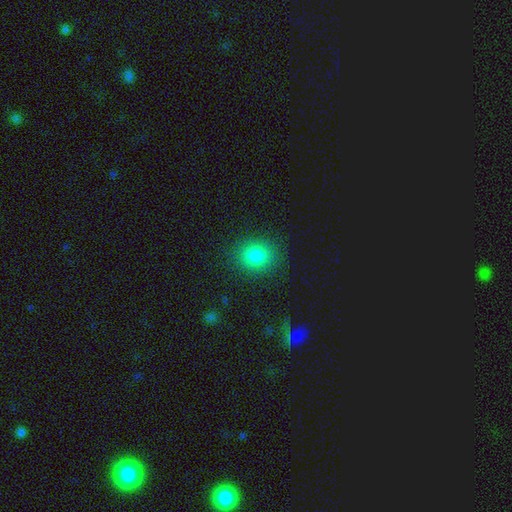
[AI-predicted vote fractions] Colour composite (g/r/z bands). It shows a smooth galaxy with no disk features (83%) that is round (73%). Merging: none (88%).